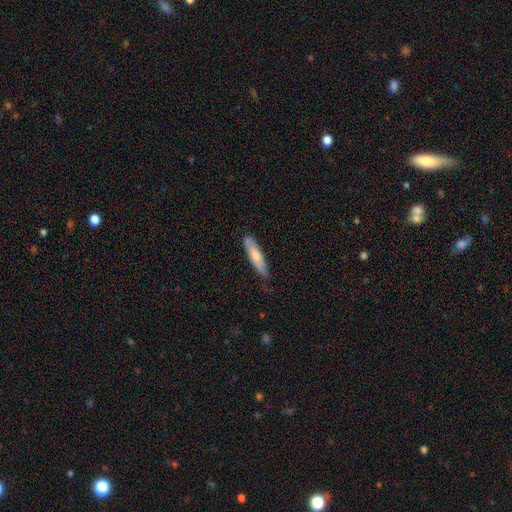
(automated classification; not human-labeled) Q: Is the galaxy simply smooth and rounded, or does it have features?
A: smooth — 69%.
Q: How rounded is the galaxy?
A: cigar-shaped — 80%.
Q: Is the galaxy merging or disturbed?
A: none — 71%.